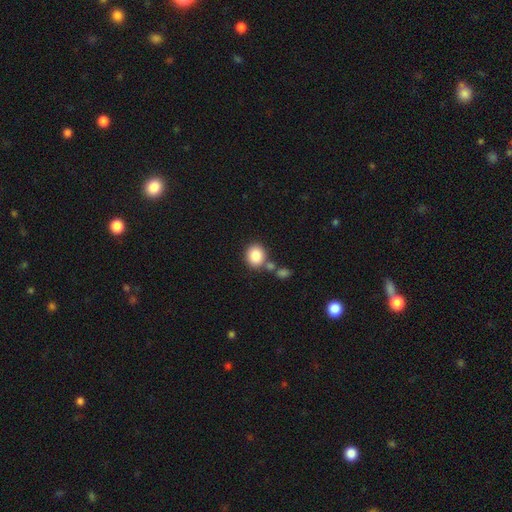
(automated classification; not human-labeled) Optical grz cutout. It shows a smooth galaxy with no disk features (86%) that is round (72%). Merging: none (65%).